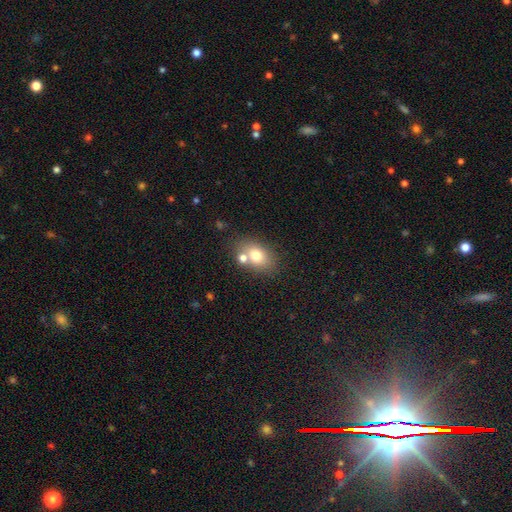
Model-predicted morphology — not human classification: smooth 72%, featured or disk 18%, star or artifact 11%. Down the decision tree: how rounded — in between (73%); merging — none (61%).